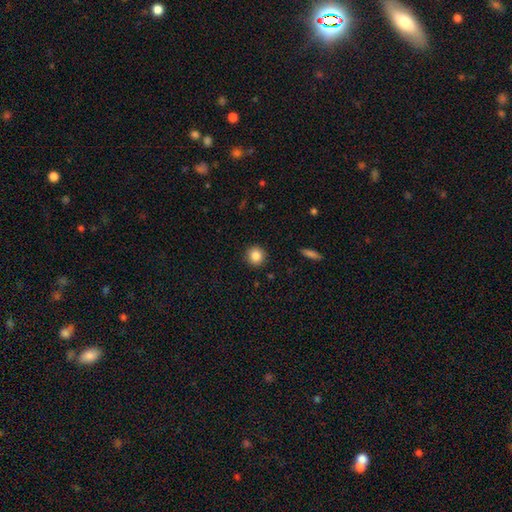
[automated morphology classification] This appears to be a smooth galaxy with no disk features (85%) that is round (93%). Merging: none (91%).